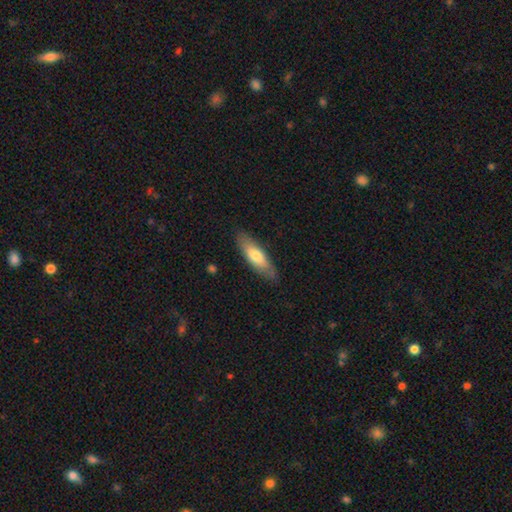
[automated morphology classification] The model was most divided on "how rounded": in between: 50%, cigar-shaped: 48%, round: 2%. More confident: merging — none (84%); smooth or featured — smooth (69%).